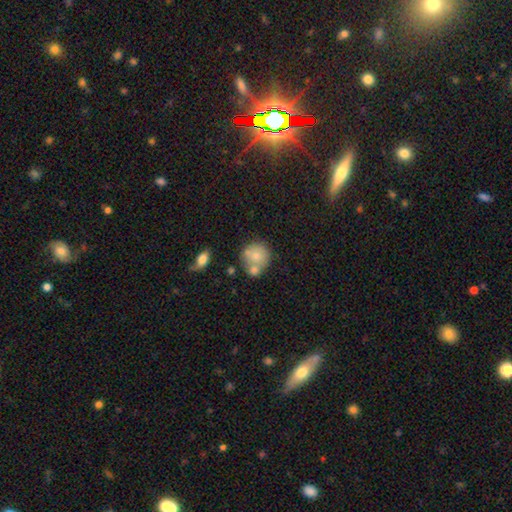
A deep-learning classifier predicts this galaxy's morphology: The model was most divided on "merging": none: 46%, merger: 35%, minor disturbance: 14%, major disturbance: 5%. More confident: how rounded — round (84%); smooth or featured — smooth (74%).